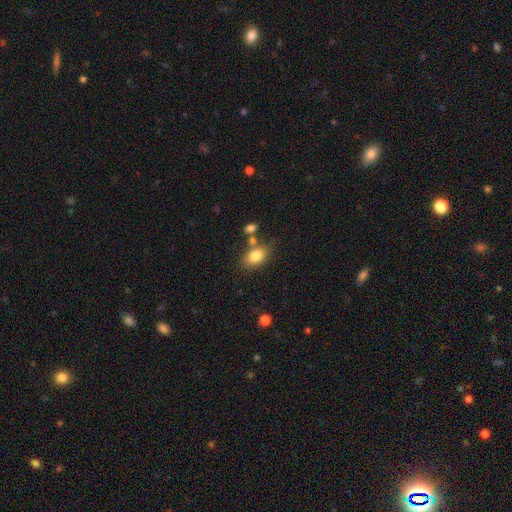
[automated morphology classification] Smooth or featured? smooth (82%)
How rounded? in between (84%)
Merging? none (66%)